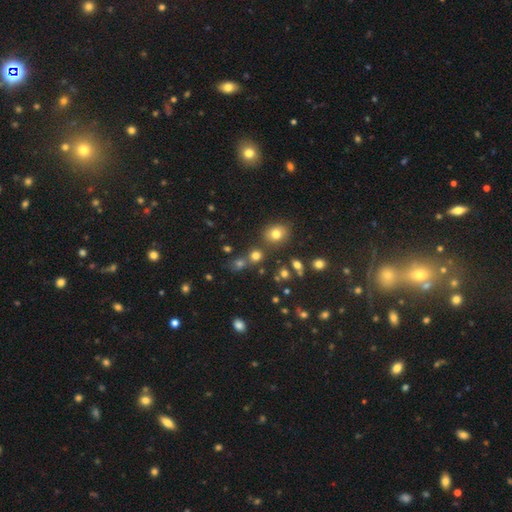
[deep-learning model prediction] smooth-or-featured: smooth: 69% | star or artifact: 23% | featured or disk: 8%
  how-rounded: round: 83% | in between: 16% | cigar-shaped: 2%
  merging: none: 65% | merger: 22% | minor disturbance: 9% | major disturbance: 4%